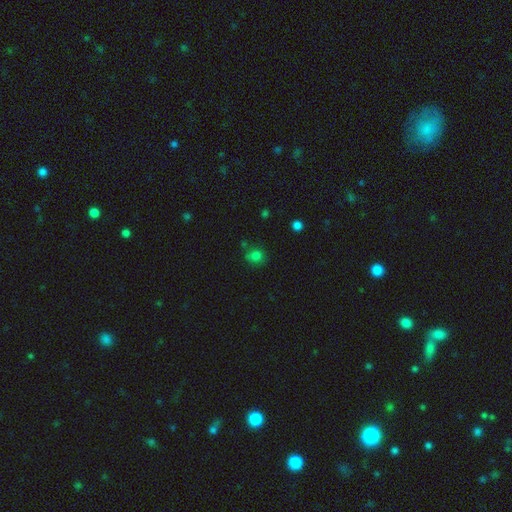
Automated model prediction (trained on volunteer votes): Morphology: type=smooth (77%); roundness=round (72%); merging=none (69%).